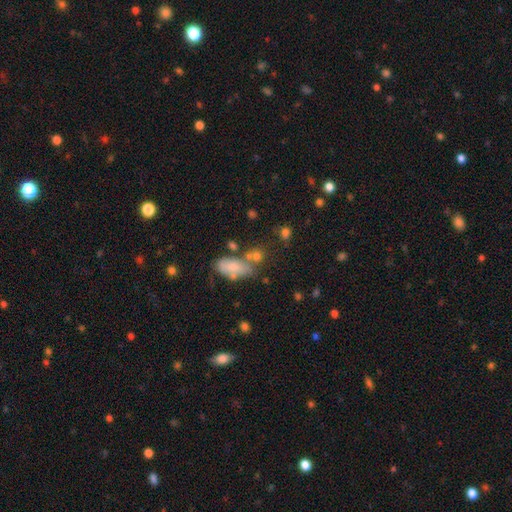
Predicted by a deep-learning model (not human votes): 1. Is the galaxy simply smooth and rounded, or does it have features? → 71% smooth, 15% featured or disk, 14% star or artifact.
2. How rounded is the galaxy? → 55% in between, 38% round, 7% cigar-shaped.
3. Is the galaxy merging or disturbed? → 48% none, 26% merger, 17% minor disturbance, 9% major disturbance.